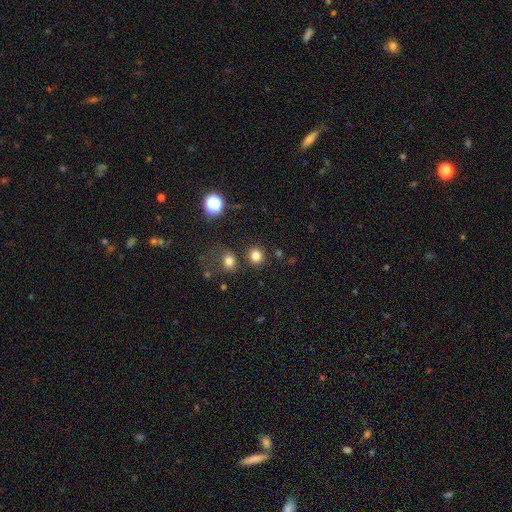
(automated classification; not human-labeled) This is likely a smooth galaxy (80%). How rounded: clearly round (89%). Merging: clearly none (82%).